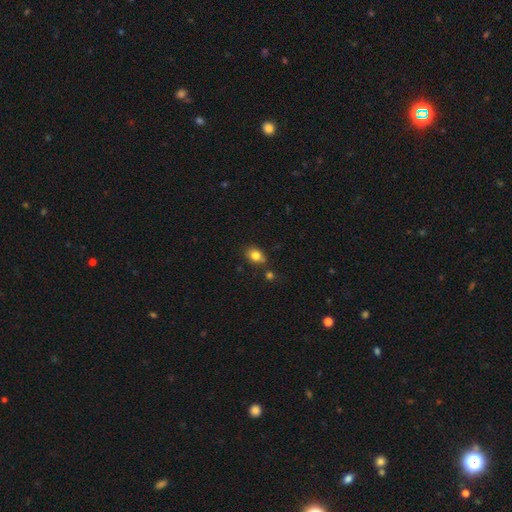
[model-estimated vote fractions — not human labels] This appears to be a smooth galaxy with no disk features (81%) that is in between round and cigar-shaped (58%). Merging: none (70%).